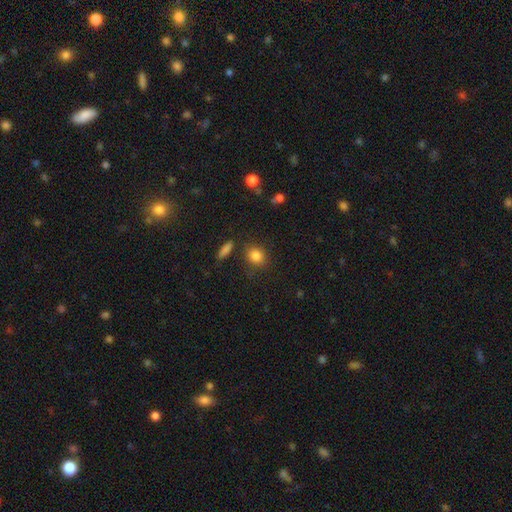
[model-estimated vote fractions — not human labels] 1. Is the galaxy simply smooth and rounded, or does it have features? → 85% smooth, 10% star or artifact, 5% featured or disk.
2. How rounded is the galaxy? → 67% round, 31% in between, 2% cigar-shaped.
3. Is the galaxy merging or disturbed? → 81% none, 12% minor disturbance, 4% merger, 3% major disturbance.